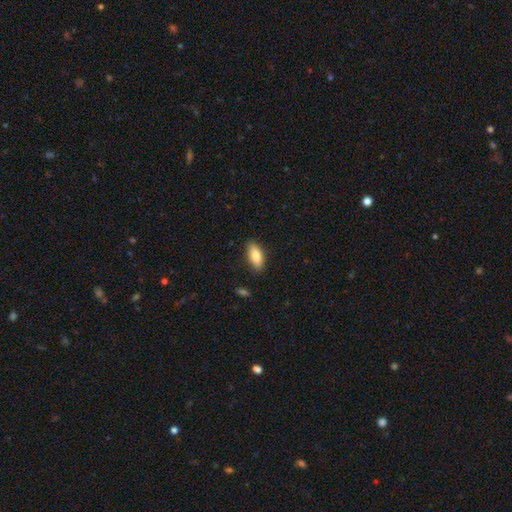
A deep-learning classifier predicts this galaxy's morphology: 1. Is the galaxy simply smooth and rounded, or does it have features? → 84% smooth, 10% featured or disk, 6% star or artifact.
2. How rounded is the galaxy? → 85% in between, 12% cigar-shaped, 3% round.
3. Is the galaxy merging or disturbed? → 86% none, 11% minor disturbance, 2% major disturbance, 1% merger.